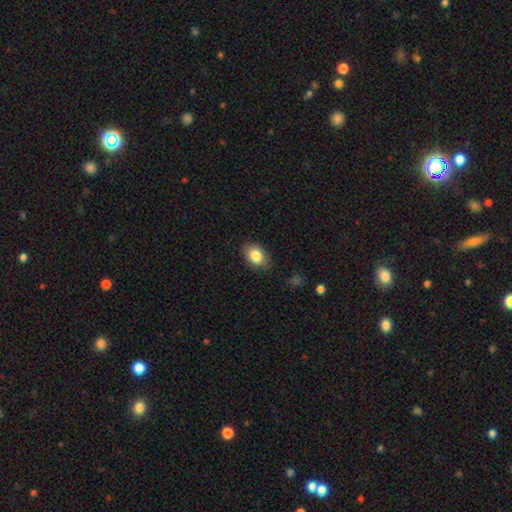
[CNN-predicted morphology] Q: Smooth or featured?
A: smooth (85%); runner-up: star or artifact (8%)
Q: How rounded?
A: in between (79%); runner-up: round (20%)
Q: Merging?
A: none (85%); runner-up: minor disturbance (12%)